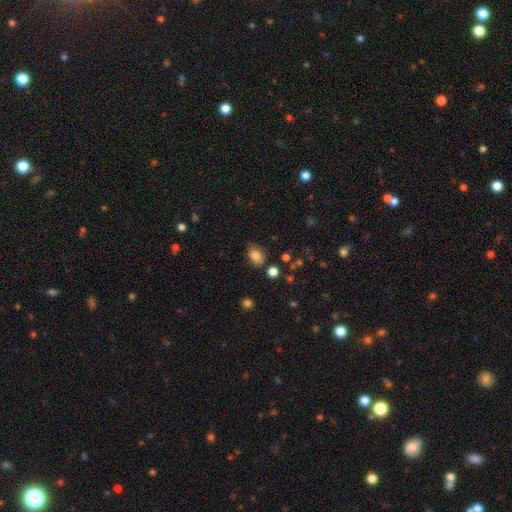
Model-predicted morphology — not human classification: Q: Smooth or featured?
A: smooth (82%); runner-up: star or artifact (11%)
Q: How rounded?
A: in between (62%); runner-up: round (37%)
Q: Merging?
A: none (71%); runner-up: minor disturbance (20%)